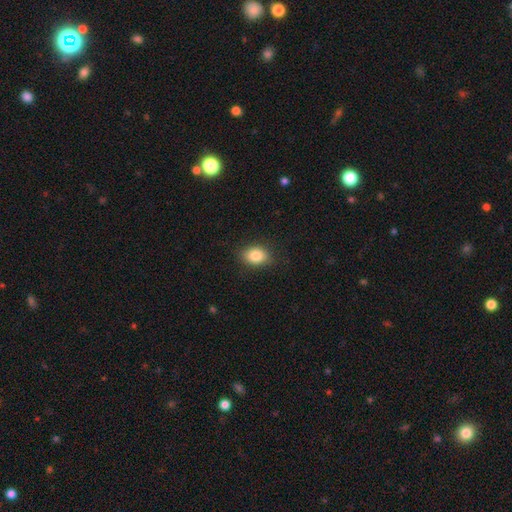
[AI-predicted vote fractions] smooth-or-featured: smooth: 84% | star or artifact: 9% | featured or disk: 7%
  how-rounded: in between: 74% | round: 25% | cigar-shaped: 1%
  merging: none: 85% | minor disturbance: 11% | major disturbance: 3% | merger: 1%